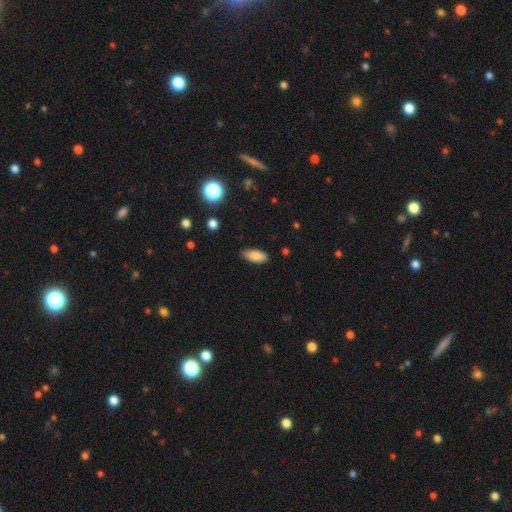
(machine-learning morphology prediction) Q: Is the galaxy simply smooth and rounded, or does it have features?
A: smooth — 85%.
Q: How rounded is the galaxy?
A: in between — 85%.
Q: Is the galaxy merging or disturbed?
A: none — 82%.